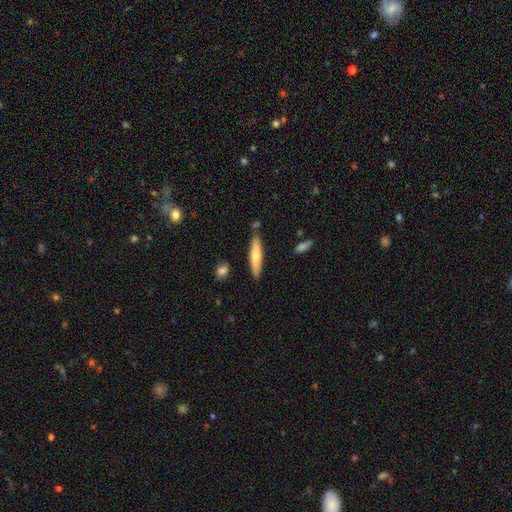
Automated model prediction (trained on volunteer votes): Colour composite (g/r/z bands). It shows a smooth galaxy with no disk features (62%) that is cigar-shaped (84%). Merging: none (80%).